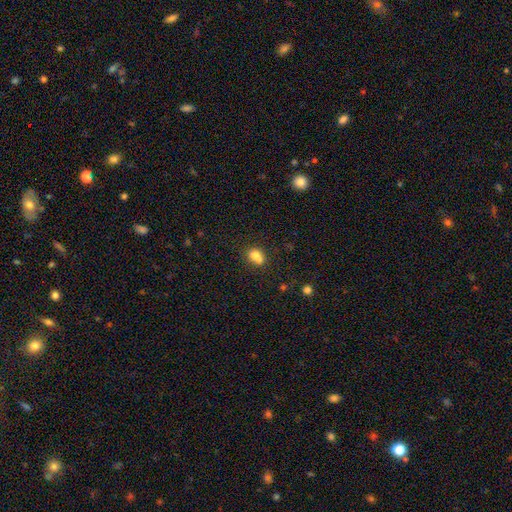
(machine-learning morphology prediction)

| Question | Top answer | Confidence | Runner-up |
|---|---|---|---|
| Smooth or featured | smooth | 76% | featured or disk (13%) |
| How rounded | in between | 57% | round (41%) |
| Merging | none | 42% | merger (35%) |